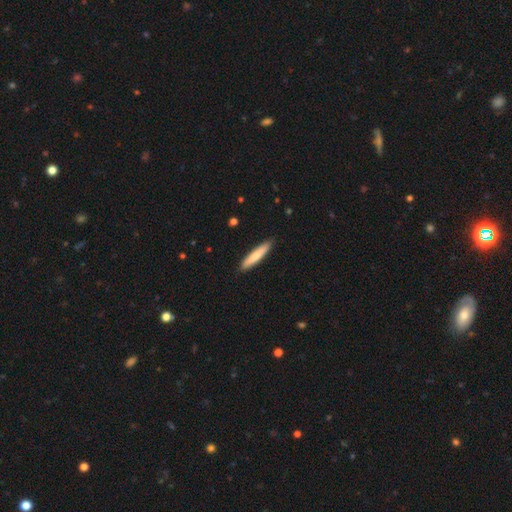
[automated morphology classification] smooth_or_featured: smooth (p=0.73) [alt: featured or disk p=0.22]
how_rounded: cigar-shaped (p=0.90) [alt: in between p=0.09]
merging: none (p=0.90) [alt: minor disturbance p=0.08]